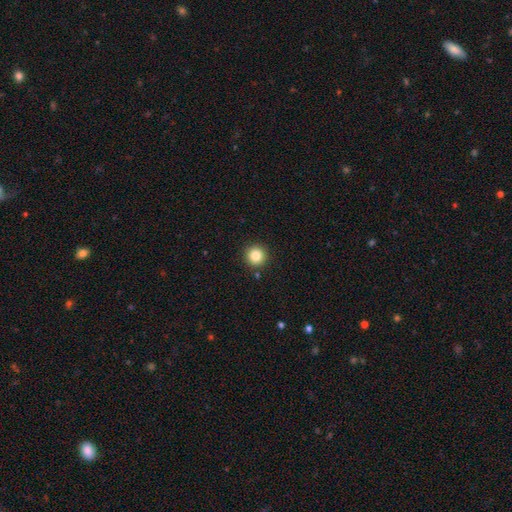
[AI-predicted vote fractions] Morphology: type=smooth (83%); roundness=round (96%); merging=none (91%).